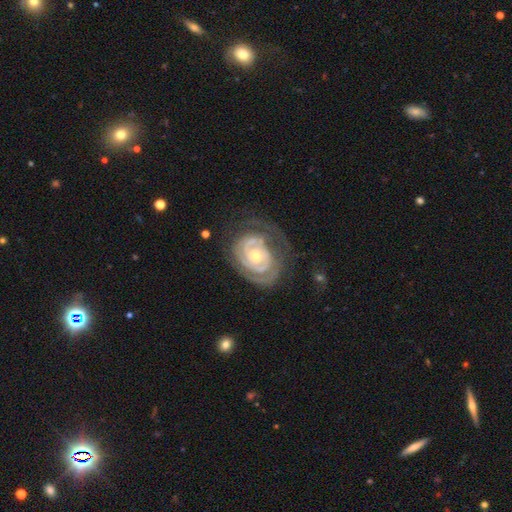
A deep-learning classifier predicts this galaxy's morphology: Smooth or featured: featured or disk — 88% (smooth — 8%)
Edge-on disk: no — 97% (yes — 3%)
Bar: no — 75% (weak — 20%)
Spiral arms: yes — 95% (no — 5%)
Spiral winding: tight — 77% (medium — 18%)
Spiral arm count: 2 — 40% (can't tell — 27%)
Bulge size: small — 54% (moderate — 42%)
Merging: none — 61% (minor disturbance — 21%)